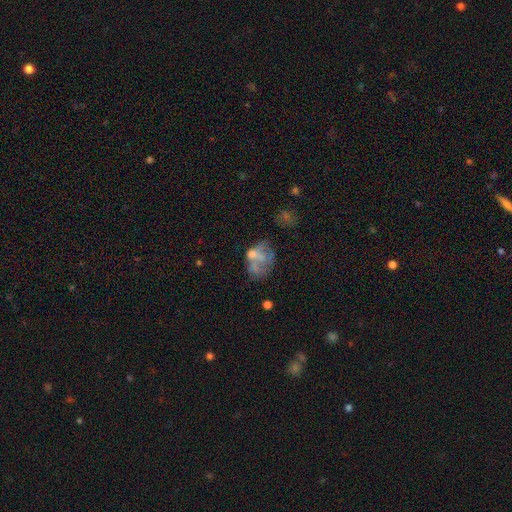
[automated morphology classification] Smooth or featured?
  - featured or disk: 45% *
  - smooth: 42%
  - star or artifact: 13%
Merging?
  - none: 32% *
  - major disturbance: 26%
  - merger: 23%
  - minor disturbance: 20%